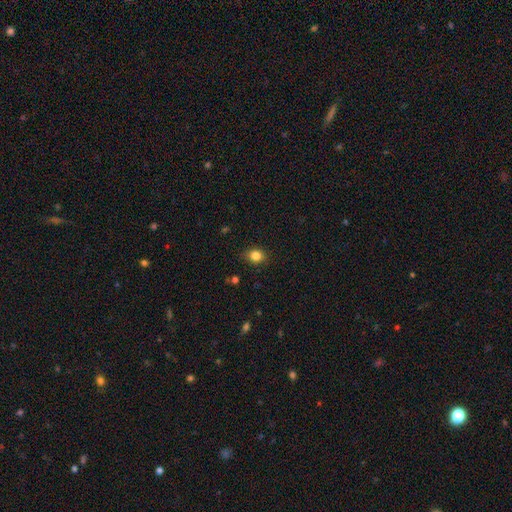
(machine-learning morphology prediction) Smooth or featured: smooth — 83% (star or artifact — 11%)
How rounded: round — 60% (in between — 39%)
Merging: none — 85% (minor disturbance — 12%)